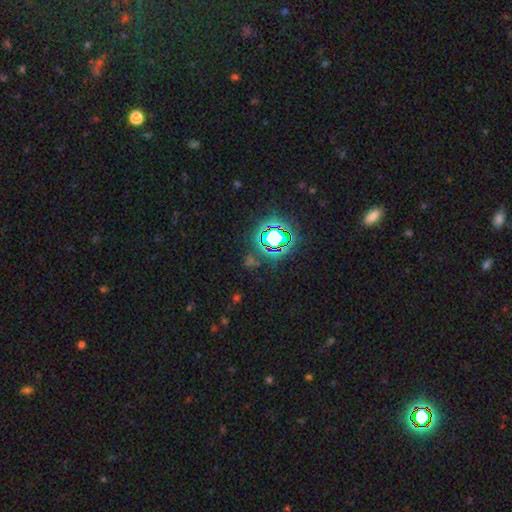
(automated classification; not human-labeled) Smooth or featured? star or artifact (79%)